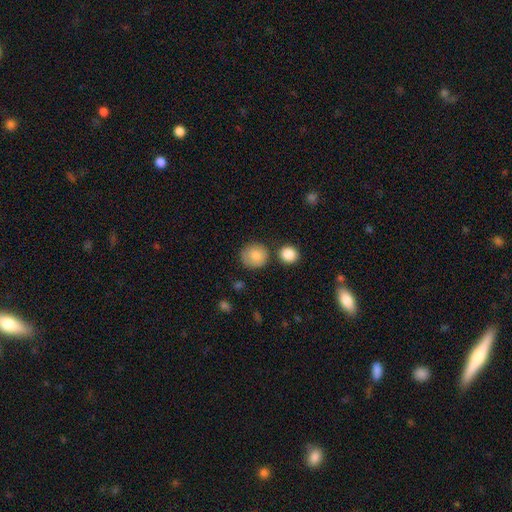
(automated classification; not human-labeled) Q: Smooth or featured?
A: smooth (83%); runner-up: featured or disk (9%)
Q: How rounded?
A: round (89%); runner-up: in between (10%)
Q: Merging?
A: none (75%); runner-up: minor disturbance (14%)